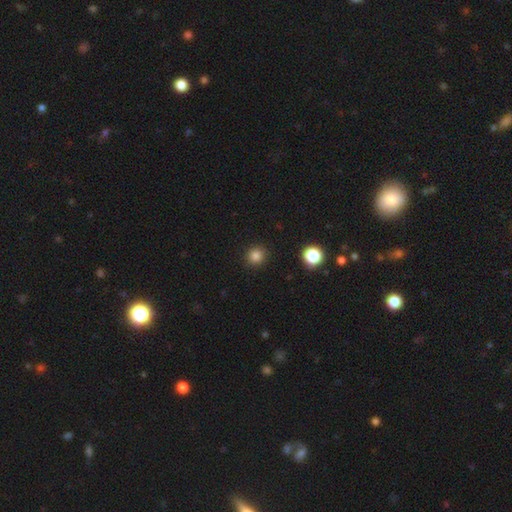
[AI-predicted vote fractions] This appears to be a smooth galaxy with no disk features (82%) that is round (90%). Merging: none (91%).